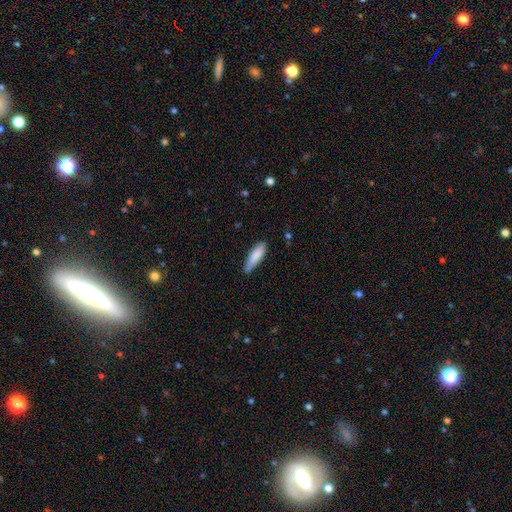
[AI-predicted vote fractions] Q: Smooth or featured?
A: smooth (85%); runner-up: featured or disk (9%)
Q: How rounded?
A: cigar-shaped (54%); runner-up: in between (45%)
Q: Merging?
A: none (64%); runner-up: minor disturbance (29%)